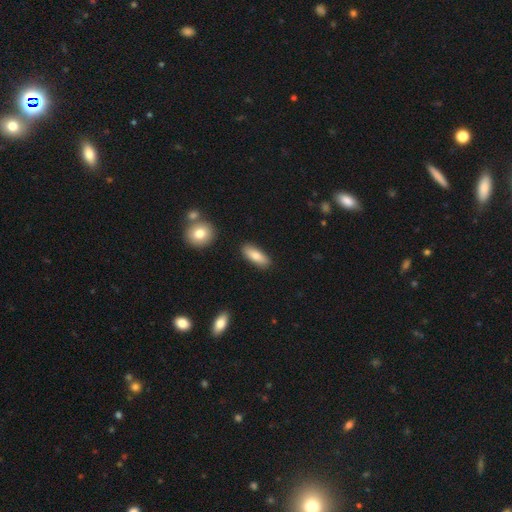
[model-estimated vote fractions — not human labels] A smooth galaxy with no disk features (81%) that is in between round and cigar-shaped (69%). Merging: none (87%).